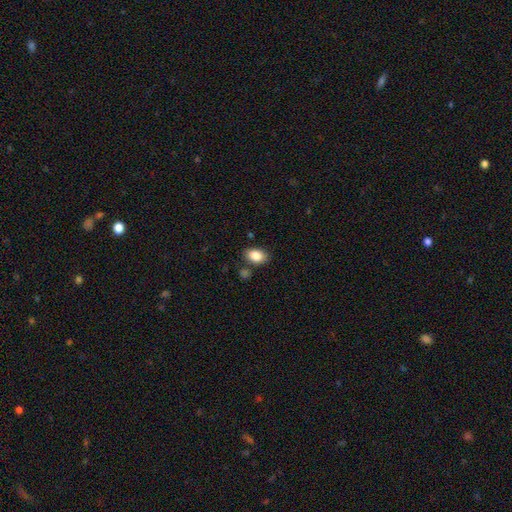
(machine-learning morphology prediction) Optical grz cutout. It shows a smooth galaxy with no disk features (86%) that is in between round and cigar-shaped (84%). Merging: none (80%).